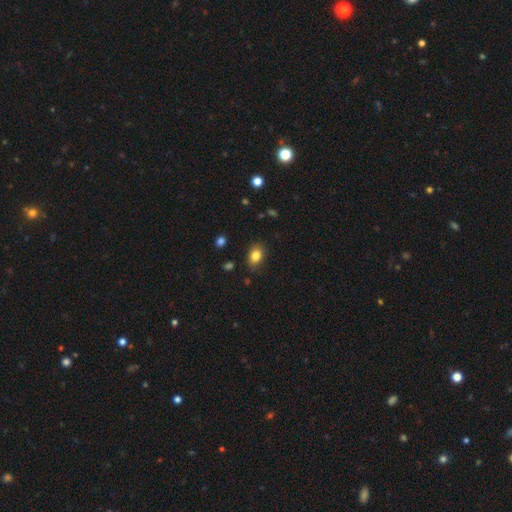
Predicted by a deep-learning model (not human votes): smooth 83%, star or artifact 9%, featured or disk 7%. Down the decision tree: how rounded — in between (74%); merging — none (79%).